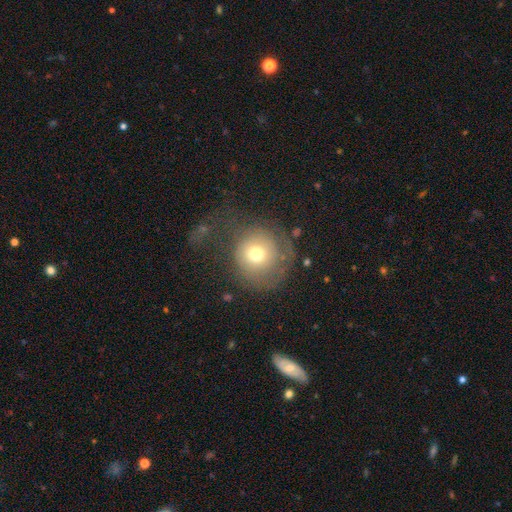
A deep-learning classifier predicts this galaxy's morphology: Smooth or featured? smooth (58%)
How rounded? round (89%)
Merging? none (50%)